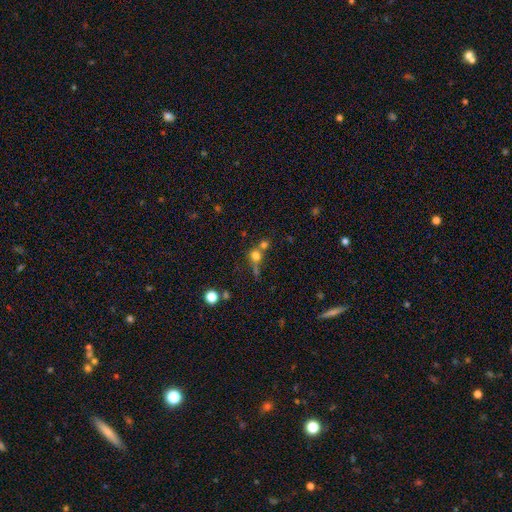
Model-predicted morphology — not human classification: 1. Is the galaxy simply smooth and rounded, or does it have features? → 69% smooth, 17% star or artifact, 14% featured or disk.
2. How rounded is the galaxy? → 84% round, 14% in between, 2% cigar-shaped.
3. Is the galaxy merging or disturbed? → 43% merger, 40% none, 9% minor disturbance, 8% major disturbance.